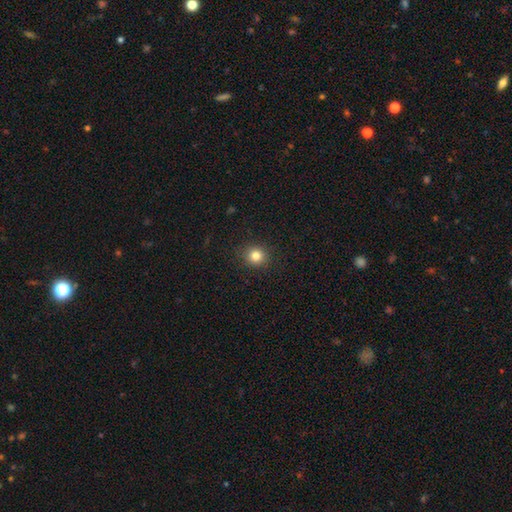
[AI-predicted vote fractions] Q: Smooth or featured?
A: smooth (82%); runner-up: star or artifact (12%)
Q: How rounded?
A: round (85%); runner-up: in between (14%)
Q: Merging?
A: none (90%); runner-up: minor disturbance (7%)